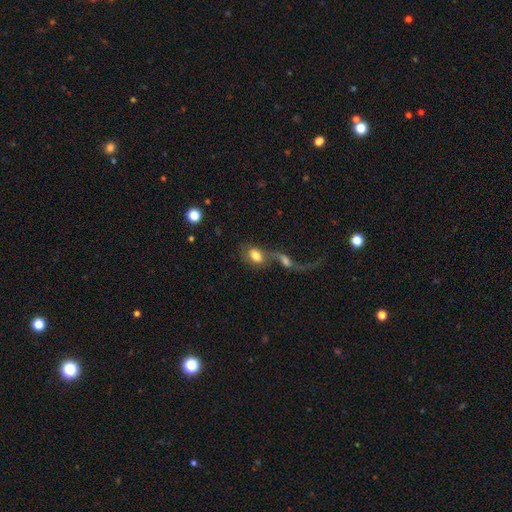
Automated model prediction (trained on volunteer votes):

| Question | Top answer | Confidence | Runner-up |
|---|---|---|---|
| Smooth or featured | smooth | 69% | featured or disk (23%) |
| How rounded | in between | 84% | round (14%) |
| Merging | merger | 60% | none (21%) |